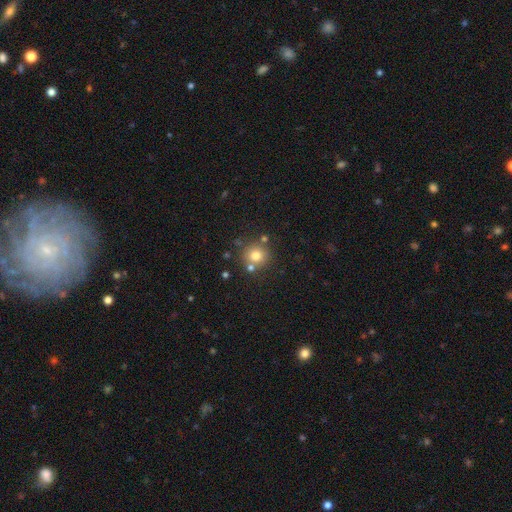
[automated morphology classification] Smooth or featured: smooth — 76% (star or artifact — 13%)
How rounded: round — 91% (in between — 8%)
Merging: none — 74% (merger — 13%)